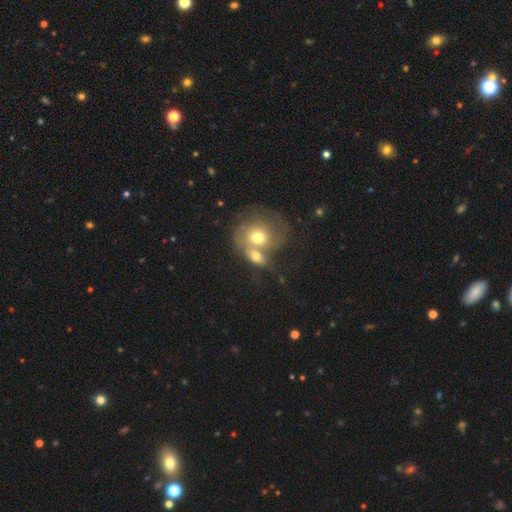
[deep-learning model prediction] Overall: smooth (52%; featured or disk 40%). How rounded: round (52%; in between 46%). Merging: merger (69%).